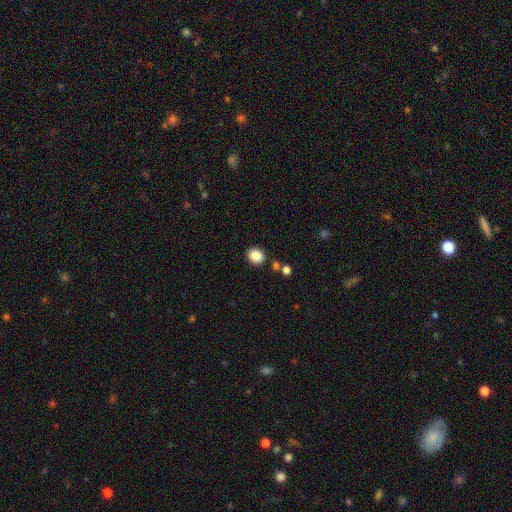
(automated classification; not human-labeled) A smooth galaxy with no disk features (86%) that is round (70%).

Vote fractions:
- Smooth or featured? smooth: 86% / star or artifact: 9% / featured or disk: 4%
- How rounded? round: 70% / in between: 29% / cigar-shaped: 1%
- Merging? none: 85% / minor disturbance: 8% / merger: 5% / major disturbance: 2%